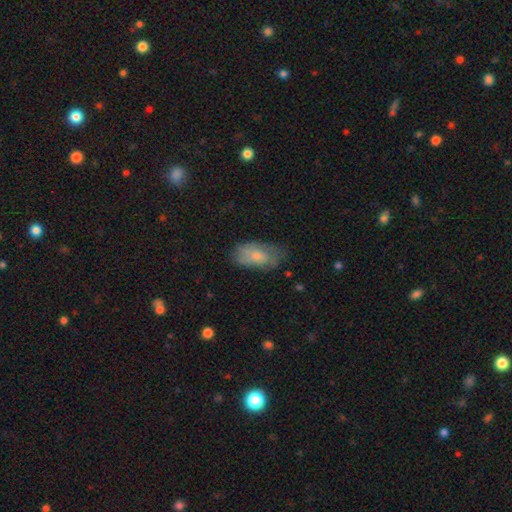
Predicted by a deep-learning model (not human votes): smooth-or-featured: smooth: 67% | featured or disk: 26% | star or artifact: 7%
  how-rounded: in between: 92% | round: 4% | cigar-shaped: 4%
  merging: none: 54% | minor disturbance: 32% | major disturbance: 12% | merger: 2%